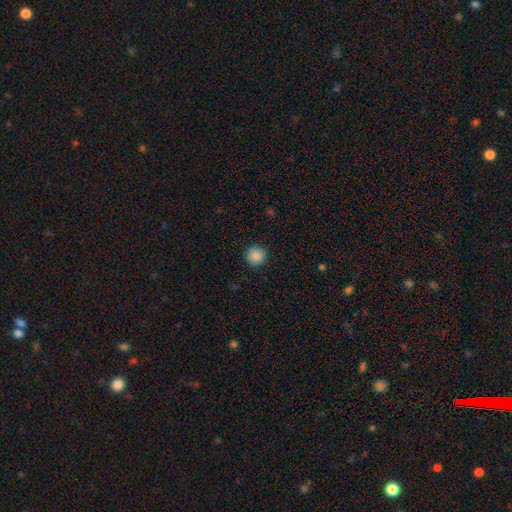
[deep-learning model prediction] The model was most divided on "smooth or featured": smooth: 88%, star or artifact: 9%, featured or disk: 3%. More confident: how rounded — round (95%); merging — none (90%).